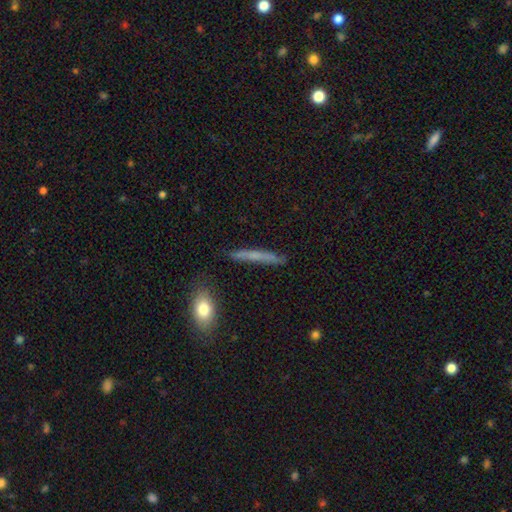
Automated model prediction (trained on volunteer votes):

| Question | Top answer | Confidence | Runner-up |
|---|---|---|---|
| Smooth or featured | smooth | 58% | featured or disk (34%) |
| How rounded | cigar-shaped | 94% | in between (4%) |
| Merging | none | 84% | minor disturbance (12%) |